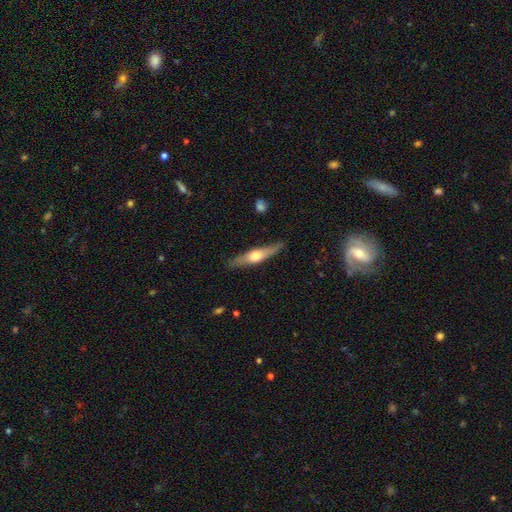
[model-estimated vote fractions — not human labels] Overall: featured or disk (61%; smooth 34%). Edge-on disk: yes (94%). Edge-on bulge: rounded (92%). Merging: none (85%).